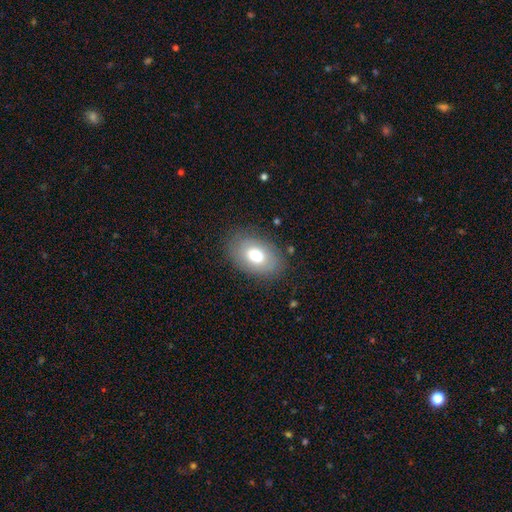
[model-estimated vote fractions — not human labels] Q: Smooth or featured?
A: smooth (74%); runner-up: featured or disk (18%)
Q: How rounded?
A: in between (88%); runner-up: round (11%)
Q: Merging?
A: none (80%); runner-up: minor disturbance (13%)